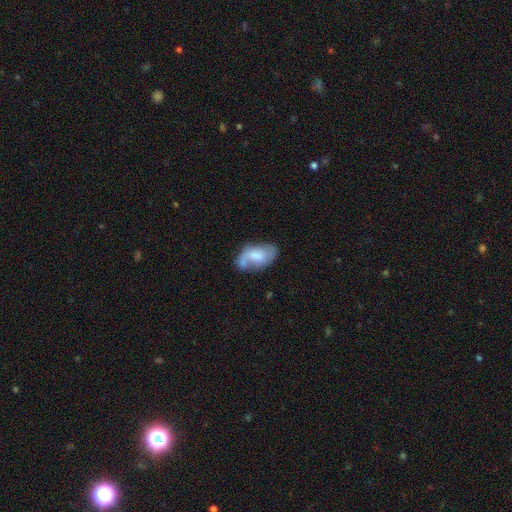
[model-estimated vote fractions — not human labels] Smooth or featured: smooth — 48% (featured or disk — 45%)
Merging: none — 45% (minor disturbance — 29%)